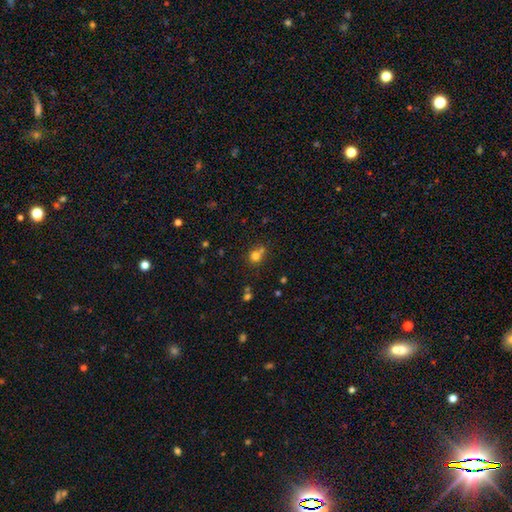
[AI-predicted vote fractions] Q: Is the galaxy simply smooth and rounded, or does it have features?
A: smooth — 74%.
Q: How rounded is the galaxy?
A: round — 84%.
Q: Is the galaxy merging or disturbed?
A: none — 54%.